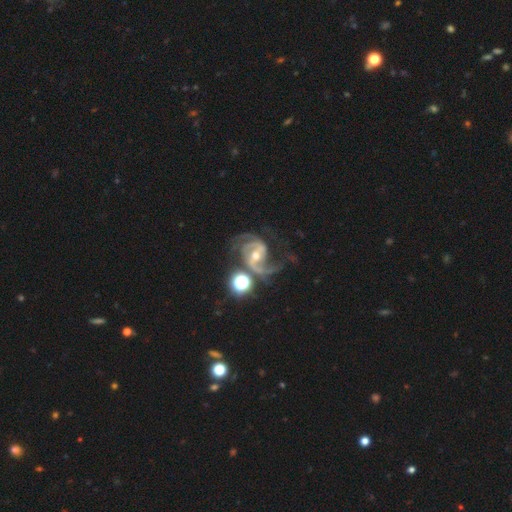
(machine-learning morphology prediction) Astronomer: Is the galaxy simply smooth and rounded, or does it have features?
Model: featured or disk — 90%.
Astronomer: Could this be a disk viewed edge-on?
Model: no — 98%.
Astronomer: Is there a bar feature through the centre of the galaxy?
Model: weak — 41% (runner-up: strong, 35%).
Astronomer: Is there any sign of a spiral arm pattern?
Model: yes — 98%.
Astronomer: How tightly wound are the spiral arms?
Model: medium — 56%.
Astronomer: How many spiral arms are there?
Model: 2 — 74%.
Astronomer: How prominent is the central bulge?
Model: moderate — 59% (runner-up: small, 37%).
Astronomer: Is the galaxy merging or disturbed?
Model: none — 52%.